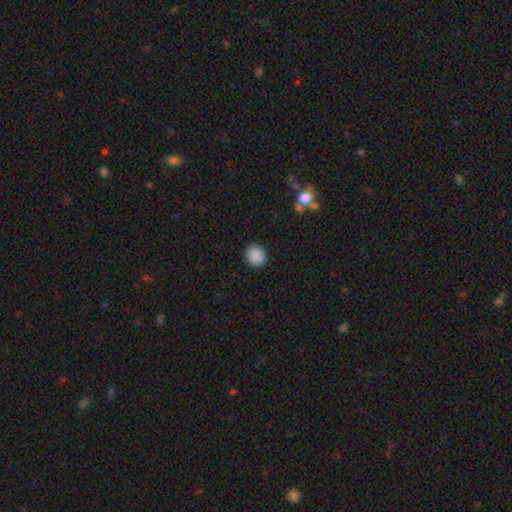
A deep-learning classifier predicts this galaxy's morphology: This is clearly a smooth galaxy (89%). How rounded: clearly round (89%). Merging: clearly none (92%).